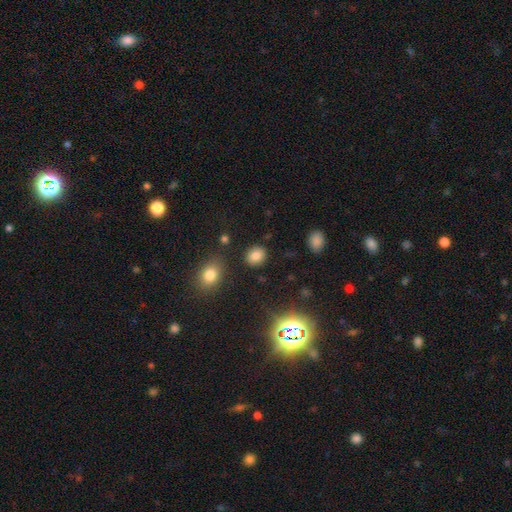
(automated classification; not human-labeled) Smooth or featured: smooth — 82% (star or artifact — 13%)
How rounded: round — 67% (in between — 32%)
Merging: none — 87% (minor disturbance — 7%)